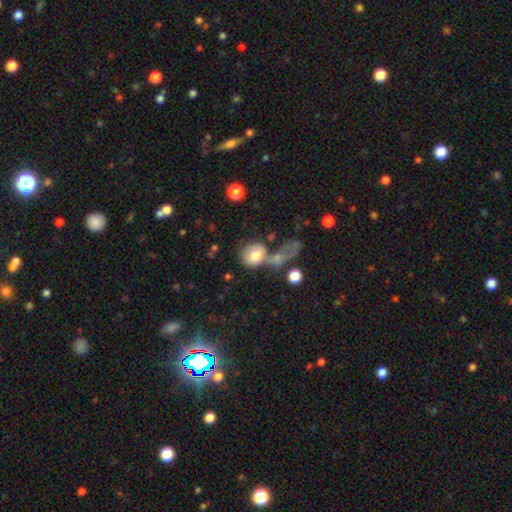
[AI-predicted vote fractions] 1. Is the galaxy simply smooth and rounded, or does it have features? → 70% smooth, 21% featured or disk, 9% star or artifact.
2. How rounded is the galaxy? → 63% round, 35% in between, 2% cigar-shaped.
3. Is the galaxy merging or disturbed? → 45% merger, 23% none, 21% major disturbance, 12% minor disturbance.